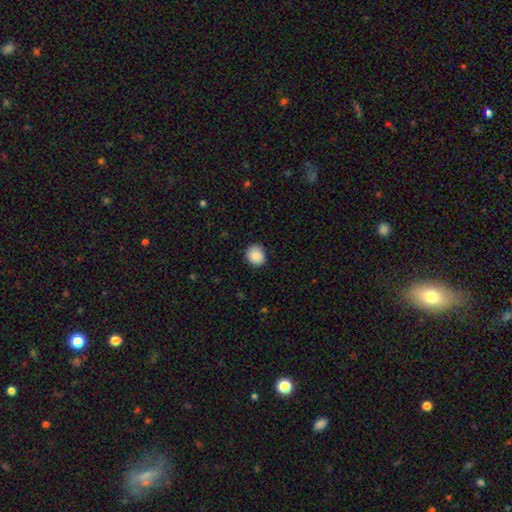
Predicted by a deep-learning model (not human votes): This appears to be a smooth galaxy with no disk features (89%) that is round (80%). Merging: none (86%).